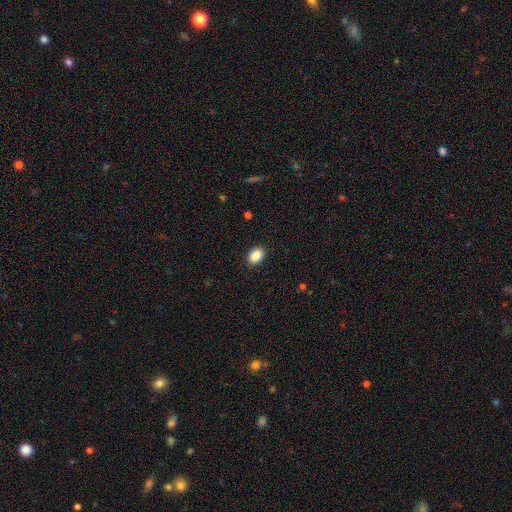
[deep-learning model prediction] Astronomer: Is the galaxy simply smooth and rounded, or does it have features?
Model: smooth — 88%.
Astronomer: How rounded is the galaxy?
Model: in between — 77%.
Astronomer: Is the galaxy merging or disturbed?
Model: none — 90%.